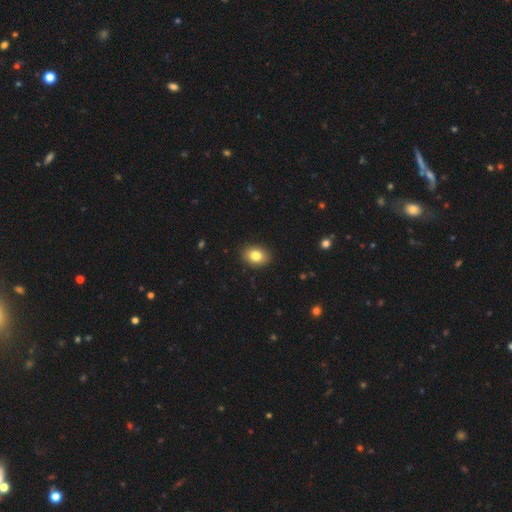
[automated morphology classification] Smooth or featured: smooth — 82% (star or artifact — 9%)
How rounded: in between — 62% (round — 37%)
Merging: none — 90% (minor disturbance — 7%)